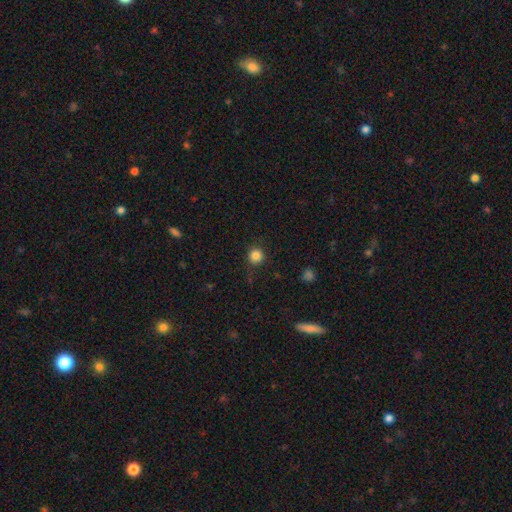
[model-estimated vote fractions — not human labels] A smooth galaxy with no disk features (84%) that is round (94%). Merging: none (88%).